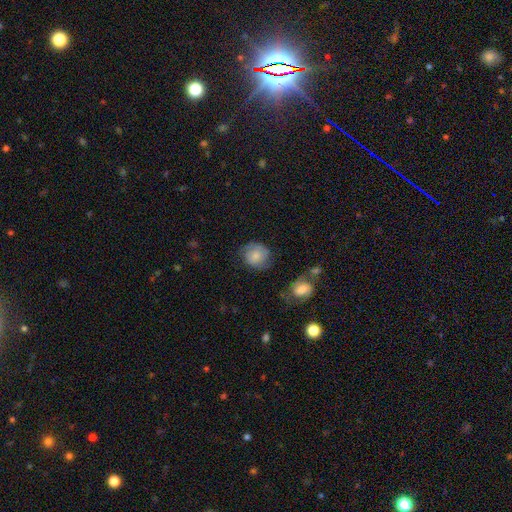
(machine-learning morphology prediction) Smooth or featured: smooth — 59% (featured or disk — 32%)
How rounded: round — 77% (in between — 22%)
Merging: none — 66% (minor disturbance — 22%)